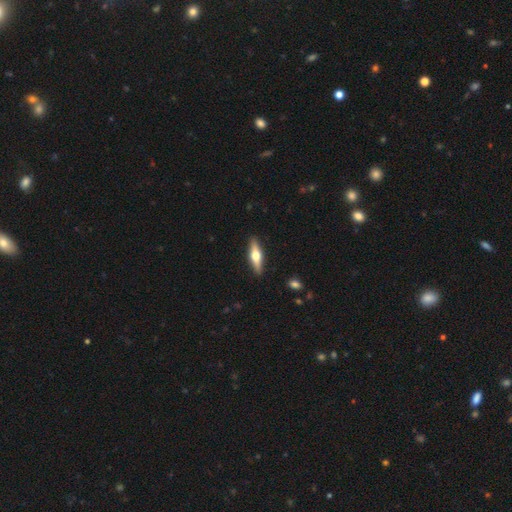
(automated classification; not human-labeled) Morphology: type=featured or disk (56%); edge-on=yes (94%); edge-on bulge=rounded (95%); merging=none (90%).